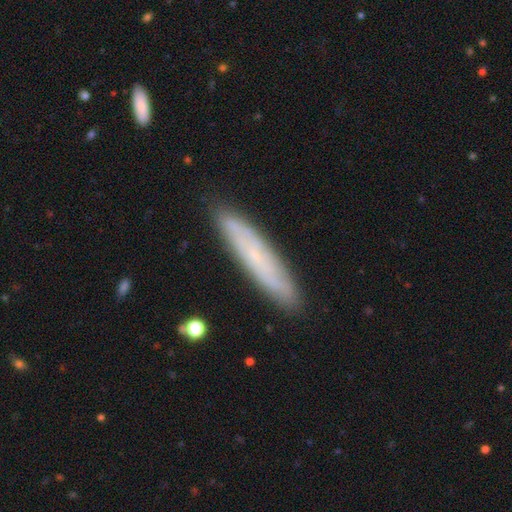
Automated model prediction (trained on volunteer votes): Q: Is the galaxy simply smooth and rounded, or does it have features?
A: featured or disk — 48%.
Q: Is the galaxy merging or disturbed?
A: none — 87%.